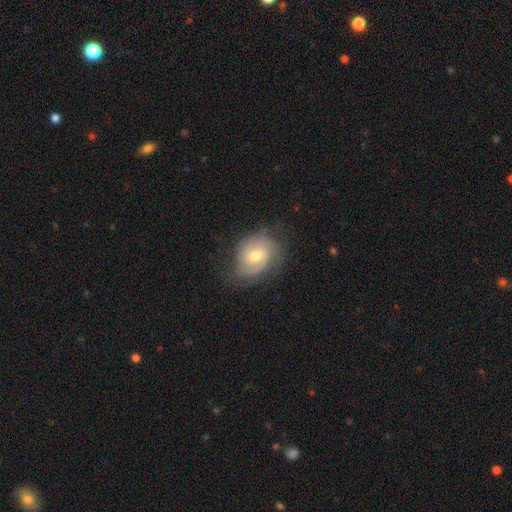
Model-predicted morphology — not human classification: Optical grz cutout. It shows a featured or disk galaxy (67%) with no bar (59%), 2 (41%) tight (53%) spiral arms (87%) and a moderate central bulge (64%). Merging: none (64%).